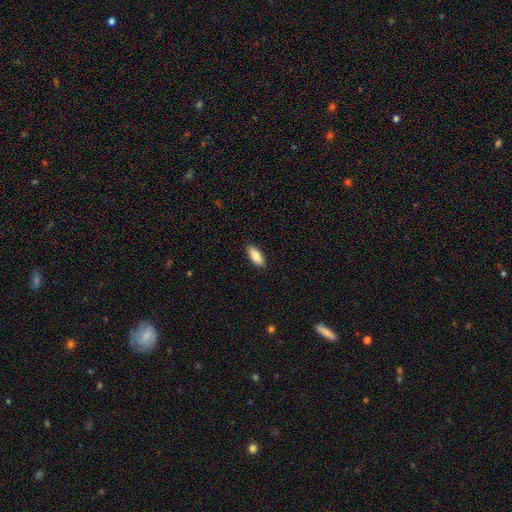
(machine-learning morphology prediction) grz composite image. It shows a smooth galaxy with no disk features (84%) that is in between round and cigar-shaped (81%). Merging: none (89%).